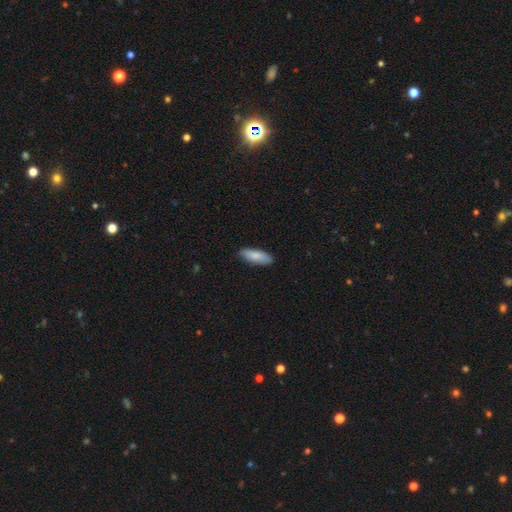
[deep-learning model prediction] This appears to be a smooth galaxy with no disk features (83%) that is in between round and cigar-shaped (64%). Merging: none (86%).